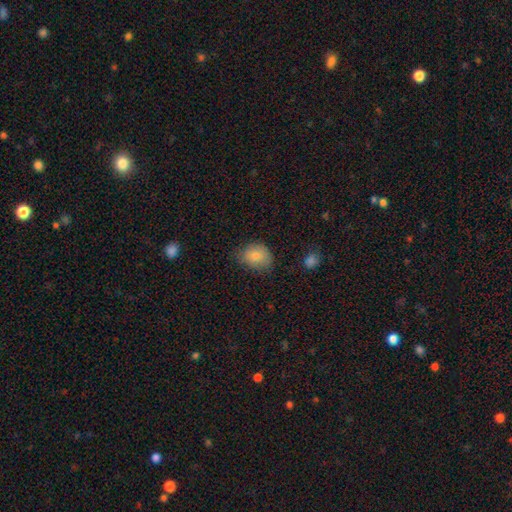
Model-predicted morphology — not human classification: Smooth or featured? Predicted: smooth (p=0.81). How rounded? Predicted: in between (p=0.53). Merging? Predicted: none (p=0.66).